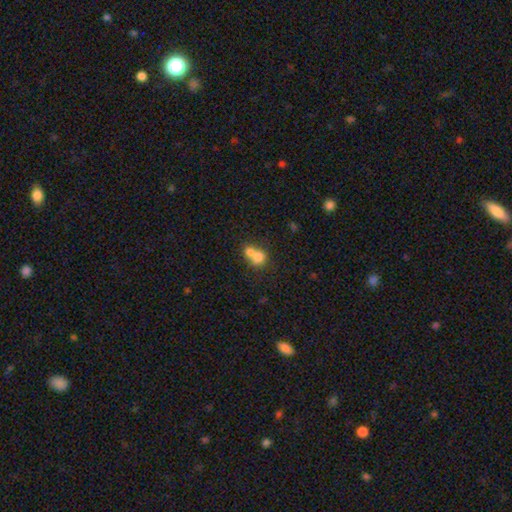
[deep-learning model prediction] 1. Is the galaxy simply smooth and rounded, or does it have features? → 72% smooth, 17% featured or disk, 11% star or artifact.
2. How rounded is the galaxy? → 67% round, 32% in between, 1% cigar-shaped.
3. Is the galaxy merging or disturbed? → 68% merger, 24% none, 5% minor disturbance, 3% major disturbance.